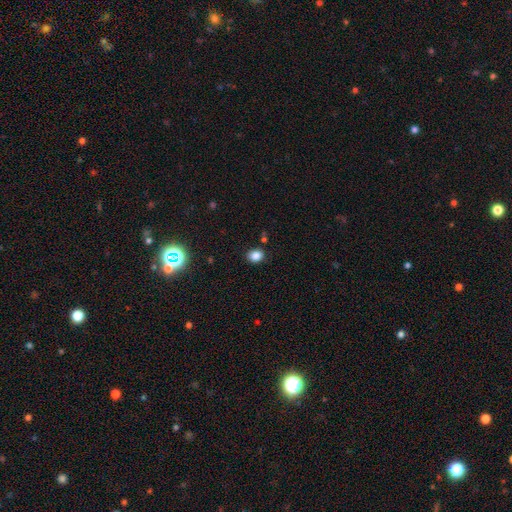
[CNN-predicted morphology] smooth_or_featured: smooth (p=0.84) [alt: star or artifact p=0.12]
how_rounded: round (p=0.51) [alt: in between p=0.48]
merging: none (p=0.86) [alt: minor disturbance p=0.09]